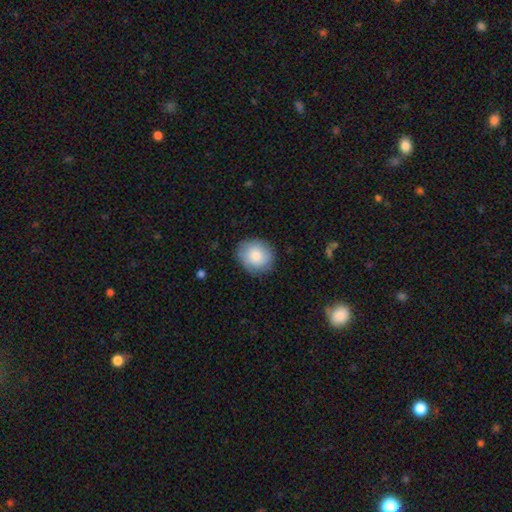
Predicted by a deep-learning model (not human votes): Morphology: type=smooth (81%); roundness=round (73%); merging=none (81%).